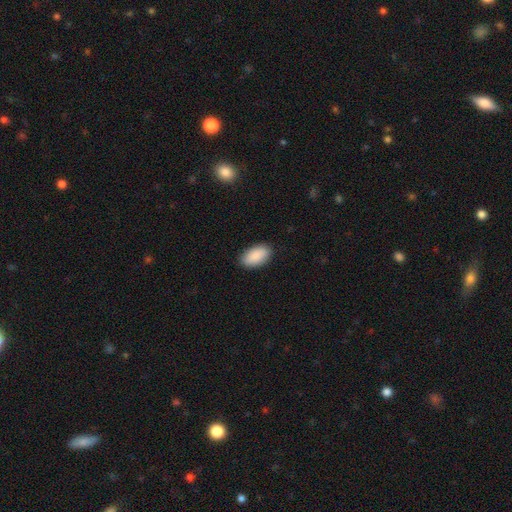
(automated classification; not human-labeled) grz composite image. It shows a smooth galaxy with no disk features (91%) that is in between round and cigar-shaped (95%). Merging: none (88%).